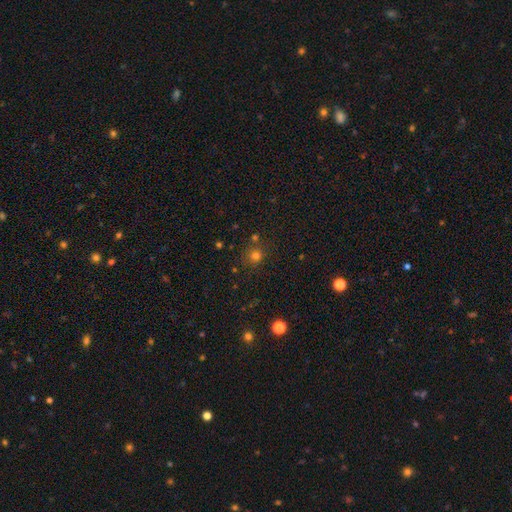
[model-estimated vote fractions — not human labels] A smooth galaxy with no disk features (71%) that is round (91%).

Vote fractions:
- Smooth or featured? smooth: 71% / star or artifact: 22% / featured or disk: 7%
- How rounded? round: 91% / in between: 8% / cigar-shaped: 1%
- Merging? none: 77% / minor disturbance: 10% / merger: 9% / major disturbance: 4%